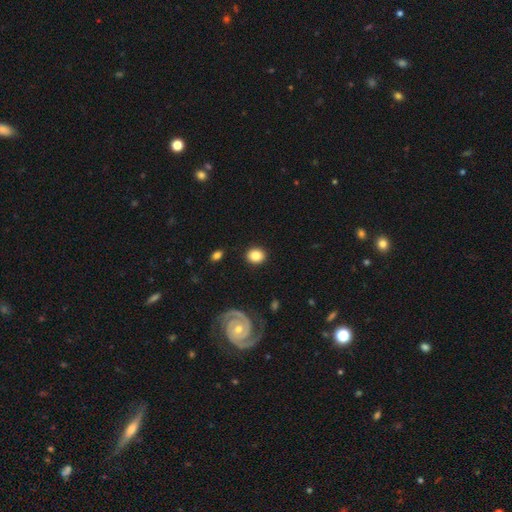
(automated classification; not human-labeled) The model was most divided on "how rounded": round: 72%, in between: 27%, cigar-shaped: 1%. More confident: merging — none (89%); smooth or featured — smooth (81%).